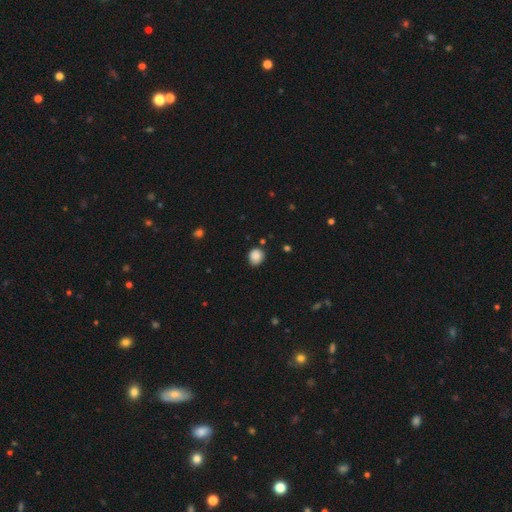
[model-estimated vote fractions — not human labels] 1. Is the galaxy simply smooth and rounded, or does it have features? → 87% smooth, 9% star or artifact, 4% featured or disk.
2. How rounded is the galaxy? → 74% round, 25% in between, 1% cigar-shaped.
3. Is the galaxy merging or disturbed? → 78% none, 17% minor disturbance, 3% major disturbance, 2% merger.